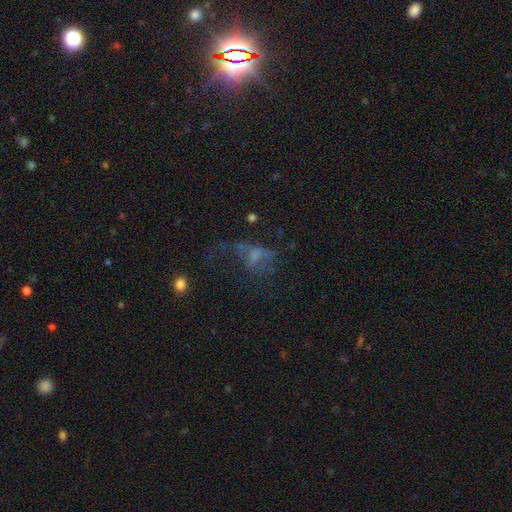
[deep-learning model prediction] Smooth or featured: smooth — 38% (featured or disk — 37%)
Merging: major disturbance — 47% (none — 30%)